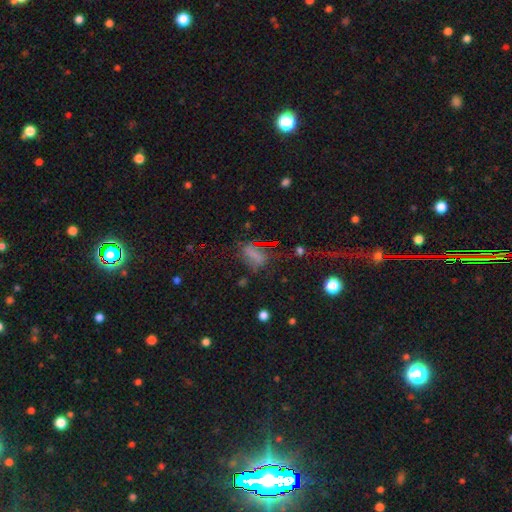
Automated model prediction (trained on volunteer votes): Smooth or featured?
  - smooth: 48% *
  - star or artifact: 41%
  - featured or disk: 11%
Merging?
  - none: 60% *
  - minor disturbance: 20%
  - major disturbance: 15%
  - merger: 6%